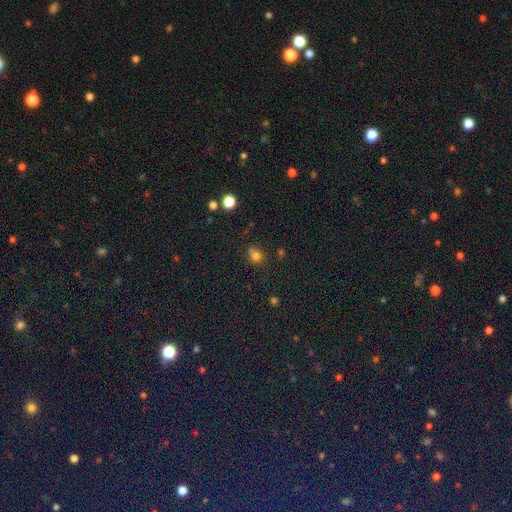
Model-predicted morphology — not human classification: smooth-or-featured: smooth: 76% | star or artifact: 17% | featured or disk: 8%
  how-rounded: round: 81% | in between: 18% | cigar-shaped: 1%
  merging: none: 59% | merger: 22% | minor disturbance: 14% | major disturbance: 5%